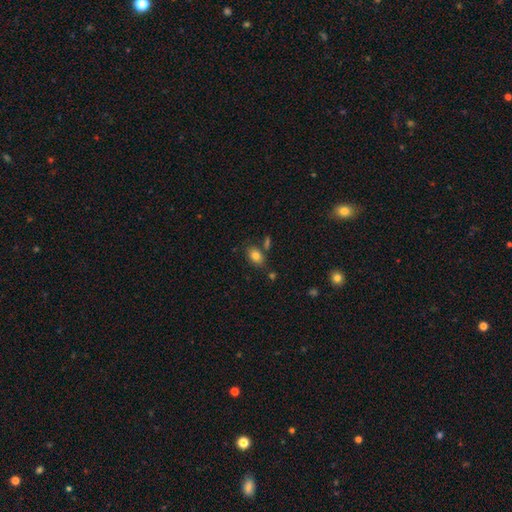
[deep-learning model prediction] A smooth galaxy with no disk features (81%) that is in between round and cigar-shaped (84%). Merging: none (73%).